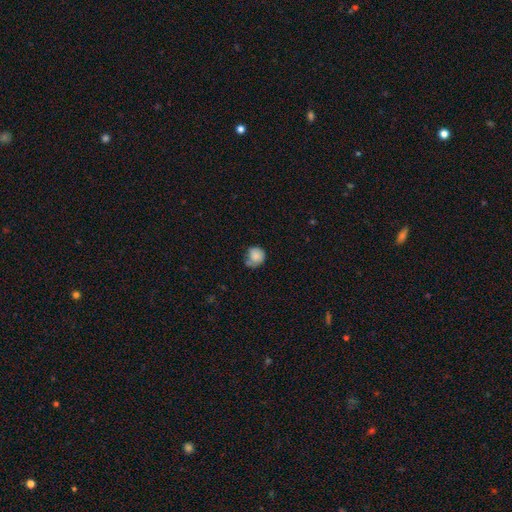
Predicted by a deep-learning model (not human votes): Overall: smooth (79%). How rounded: round (79%). Merging: none (44%; minor disturbance 30%).